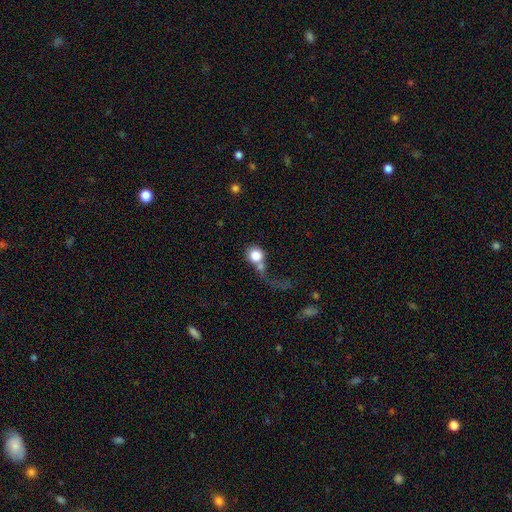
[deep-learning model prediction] This is likely a smooth galaxy (76%). How rounded: likely round (80%). Merging: marginally merger (36%).